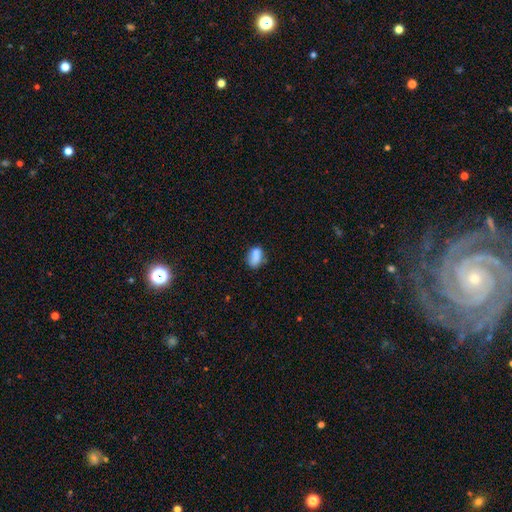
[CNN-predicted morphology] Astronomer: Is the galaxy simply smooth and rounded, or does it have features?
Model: smooth — 81%.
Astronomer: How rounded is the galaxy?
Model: in between — 79%.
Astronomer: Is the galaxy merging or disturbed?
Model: none — 55%.